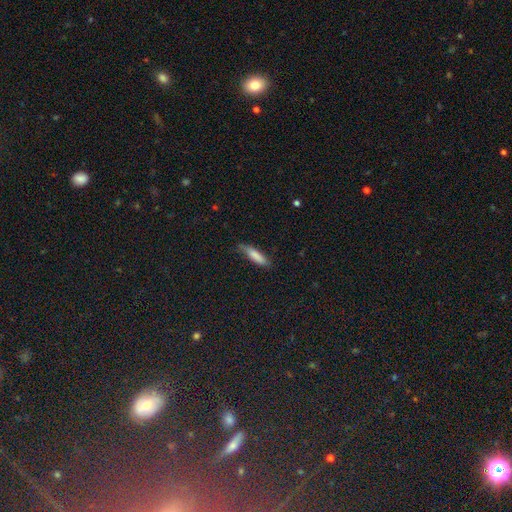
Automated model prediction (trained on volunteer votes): smooth-or-featured: smooth: 81% | featured or disk: 12% | star or artifact: 7%
  how-rounded: cigar-shaped: 72% | in between: 26% | round: 2%
  merging: none: 68% | minor disturbance: 25% | major disturbance: 5% | merger: 2%